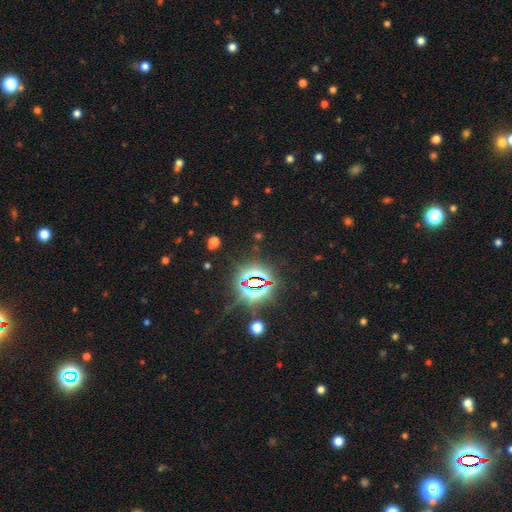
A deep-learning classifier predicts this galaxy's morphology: Smooth or featured? star or artifact (85%)